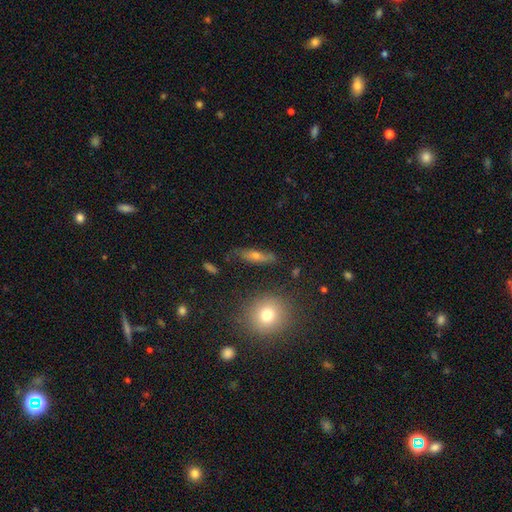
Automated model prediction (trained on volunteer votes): Overall: smooth (46%; featured or disk 38%). Merging: none (76%).